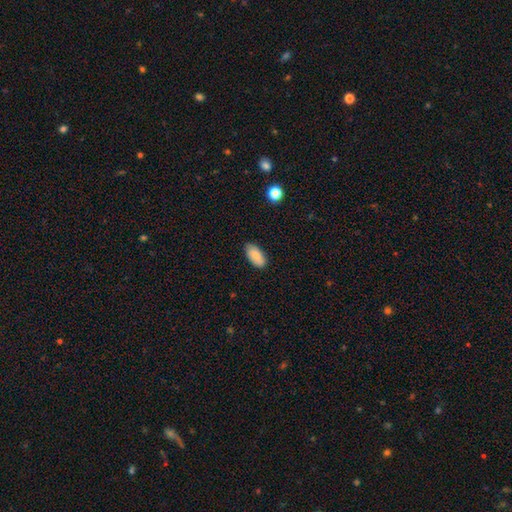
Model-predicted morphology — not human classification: The model was most divided on "merging": none: 85%, minor disturbance: 12%, major disturbance: 2%, merger: 1%. More confident: how rounded — in between (93%); smooth or featured — smooth (86%).